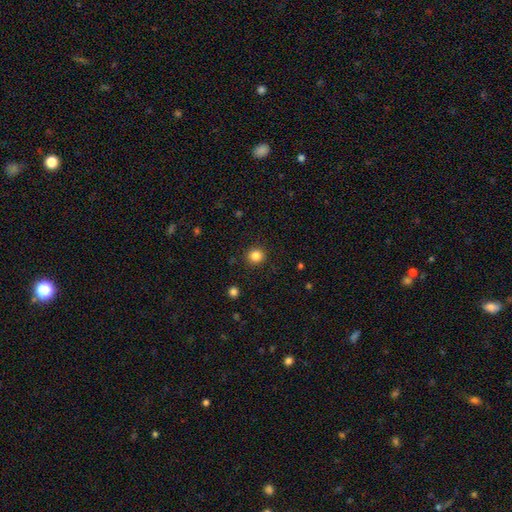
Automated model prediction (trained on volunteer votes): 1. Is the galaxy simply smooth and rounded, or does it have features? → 84% smooth, 12% star or artifact, 4% featured or disk.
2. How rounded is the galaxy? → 91% round, 8% in between, 1% cigar-shaped.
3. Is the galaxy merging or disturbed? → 91% none, 6% minor disturbance, 2% major disturbance, 1% merger.